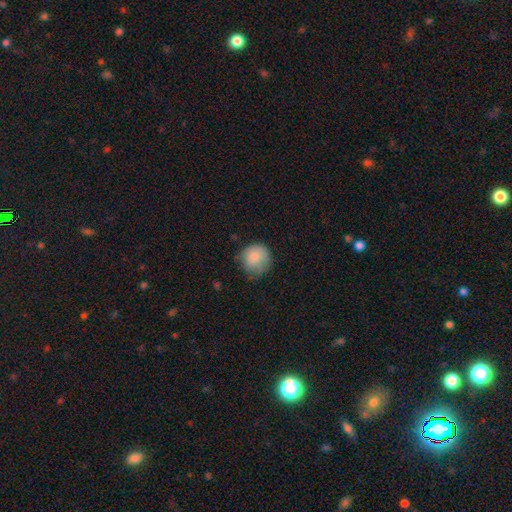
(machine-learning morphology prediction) A smooth galaxy with no disk features (83%) that is round (90%). Merging: none (66%).